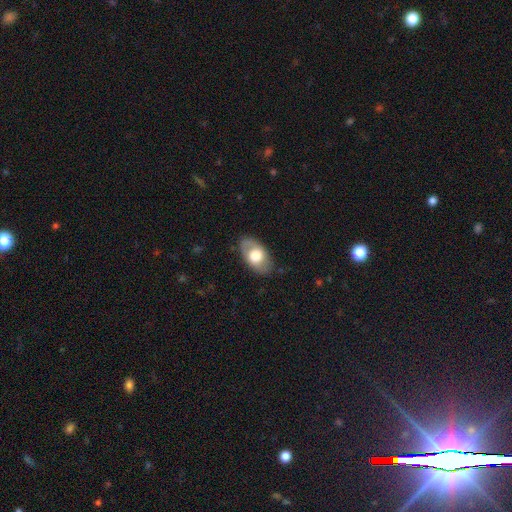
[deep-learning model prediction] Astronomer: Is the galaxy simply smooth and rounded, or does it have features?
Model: smooth — 60%.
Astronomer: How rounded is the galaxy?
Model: in between — 91%.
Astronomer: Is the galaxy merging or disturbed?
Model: none — 82%.